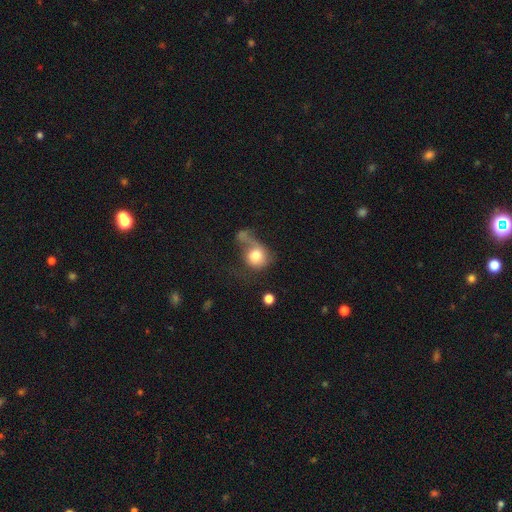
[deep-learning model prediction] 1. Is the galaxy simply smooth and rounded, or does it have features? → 73% smooth, 18% featured or disk, 8% star or artifact.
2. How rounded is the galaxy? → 71% round, 28% in between, 1% cigar-shaped.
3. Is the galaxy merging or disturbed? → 38% major disturbance, 24% merger, 21% none, 17% minor disturbance.